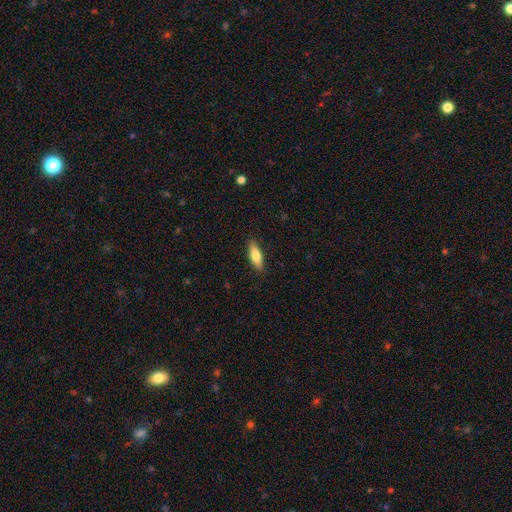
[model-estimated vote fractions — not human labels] This is likely a smooth galaxy (78%). How rounded: possibly in between (57%). Merging: clearly none (88%).